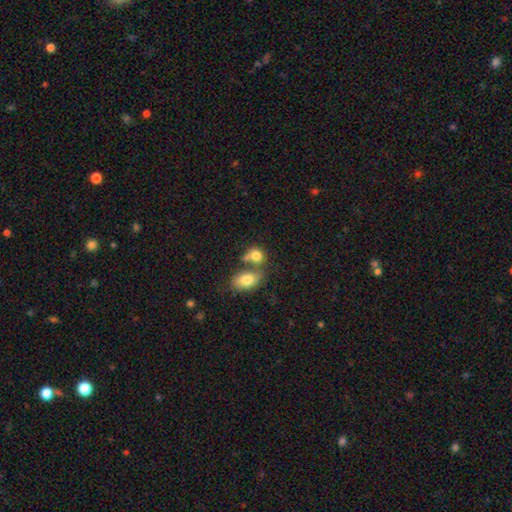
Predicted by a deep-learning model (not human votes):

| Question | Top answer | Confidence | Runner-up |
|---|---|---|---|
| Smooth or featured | smooth | 80% | featured or disk (11%) |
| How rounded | in between | 56% | round (42%) |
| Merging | merger | 53% | none (31%) |